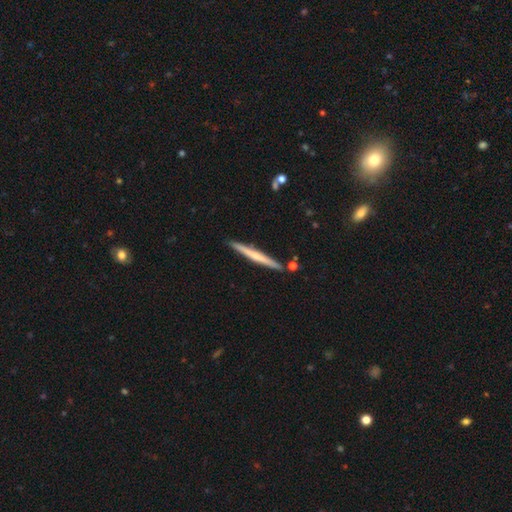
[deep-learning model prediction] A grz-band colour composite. It shows a featured or disk galaxy (54%) viewed edge-on (97%) with no central bulge (55%). Merging: none (89%).